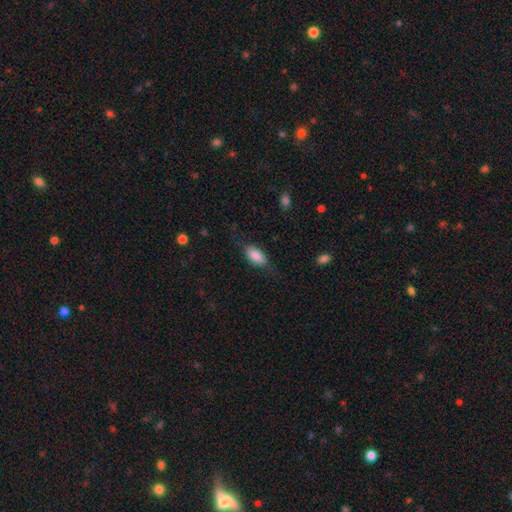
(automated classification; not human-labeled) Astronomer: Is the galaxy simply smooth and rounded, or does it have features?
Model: smooth — 81%.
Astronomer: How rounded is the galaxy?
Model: in between — 84%.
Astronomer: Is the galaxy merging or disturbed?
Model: none — 68%.